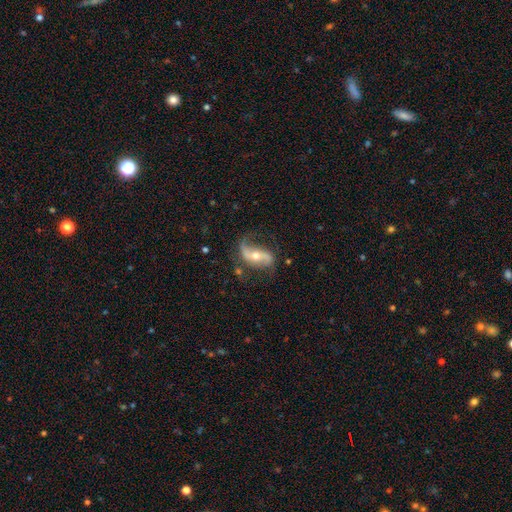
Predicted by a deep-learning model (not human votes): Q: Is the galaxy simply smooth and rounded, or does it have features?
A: featured or disk — 83%.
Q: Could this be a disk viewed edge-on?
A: no — 93%.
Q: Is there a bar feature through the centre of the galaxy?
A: strong — 38%.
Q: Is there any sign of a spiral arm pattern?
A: yes — 93%.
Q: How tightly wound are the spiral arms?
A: loose — 76%.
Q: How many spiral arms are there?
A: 2 — 88%.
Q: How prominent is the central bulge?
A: moderate — 56%.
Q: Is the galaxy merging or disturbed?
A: none — 67%.